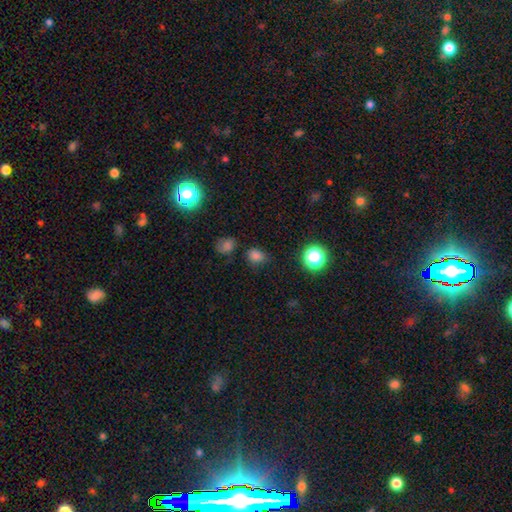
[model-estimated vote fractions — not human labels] Overall: smooth (74%). How rounded: round (54%; in between 45%). Merging: none (70%).